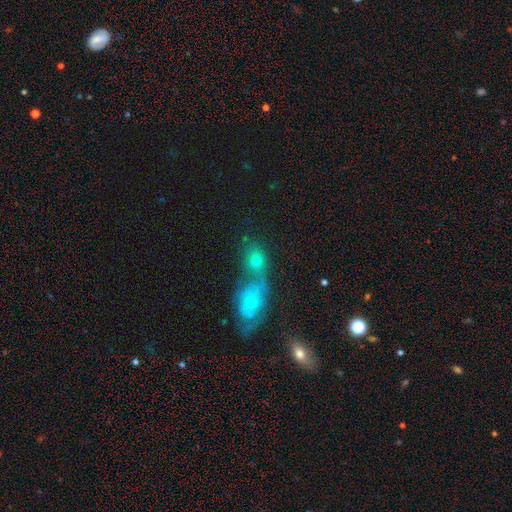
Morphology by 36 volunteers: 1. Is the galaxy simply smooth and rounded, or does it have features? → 58% smooth, 36% featured or disk, 6% star or artifact.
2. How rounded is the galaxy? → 48% in between, 38% round, 14% cigar-shaped.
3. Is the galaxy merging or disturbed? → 71% merger, 18% none, 12% minor disturbance, 0% major disturbance.